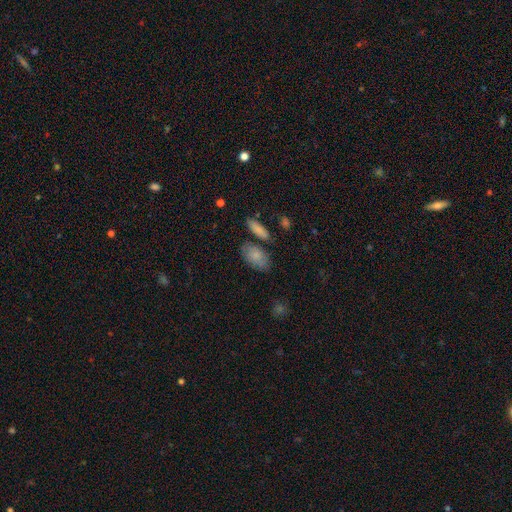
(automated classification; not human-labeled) The model was most divided on "merging": none: 68%, minor disturbance: 16%, merger: 11%, major disturbance: 5%. More confident: how rounded — in between (91%); smooth or featured — smooth (81%).